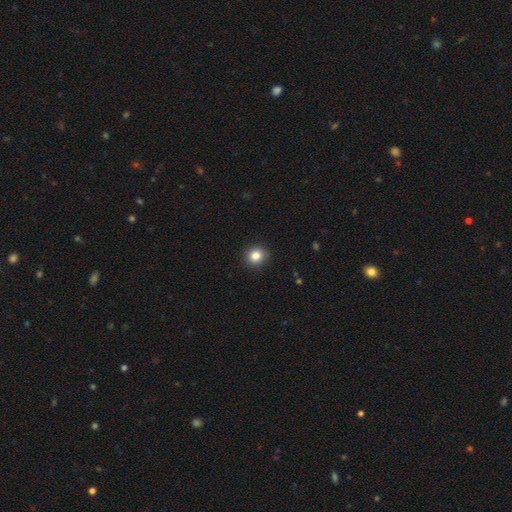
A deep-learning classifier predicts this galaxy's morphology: smooth_or_featured: smooth (p=0.84) [alt: star or artifact p=0.11]
how_rounded: round (p=0.89) [alt: in between p=0.11]
merging: none (p=0.91) [alt: minor disturbance p=0.06]